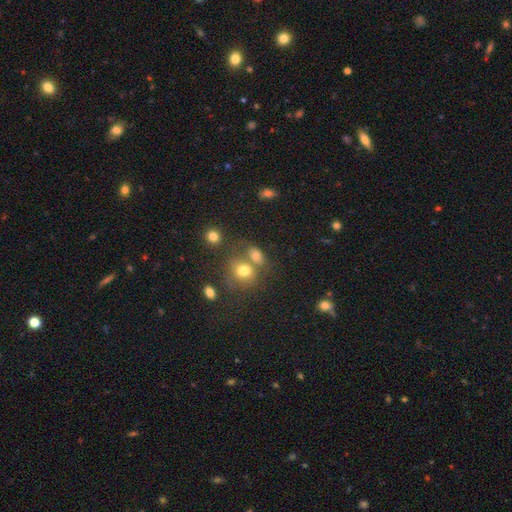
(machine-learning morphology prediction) Smooth or featured? Predicted: smooth (p=0.74). How rounded? Predicted: in between (p=0.55). Merging? Predicted: none (p=0.46).